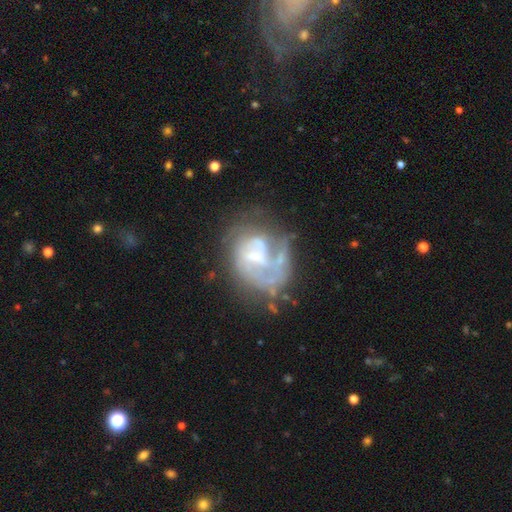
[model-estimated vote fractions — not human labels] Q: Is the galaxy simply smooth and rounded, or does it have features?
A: featured or disk — 76%.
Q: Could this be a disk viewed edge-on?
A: no — 98%.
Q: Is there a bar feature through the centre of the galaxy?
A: weak — 46%.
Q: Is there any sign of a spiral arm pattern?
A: yes — 70%.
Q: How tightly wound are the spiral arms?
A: medium — 38%.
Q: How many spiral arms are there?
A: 1 — 36%.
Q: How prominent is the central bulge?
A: small — 43%.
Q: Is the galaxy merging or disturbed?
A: none — 40%.